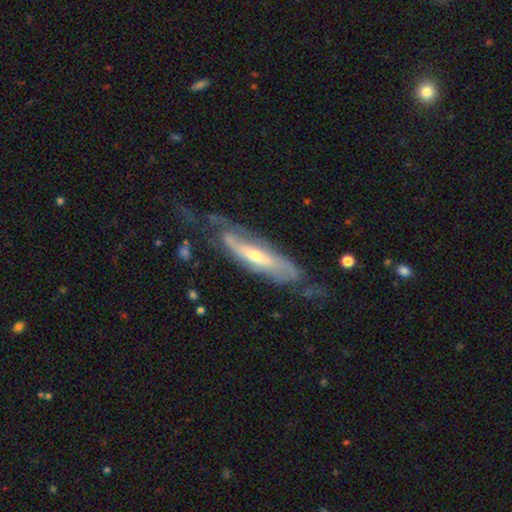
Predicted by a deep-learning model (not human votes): This appears to be a featured or disk galaxy (76%). Merging: none (46%).